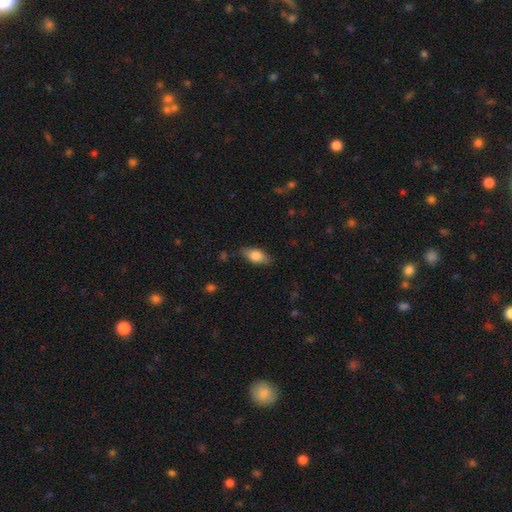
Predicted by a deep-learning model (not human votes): smooth-or-featured: smooth: 78% | featured or disk: 15% | star or artifact: 7%
  how-rounded: in between: 86% | cigar-shaped: 11% | round: 4%
  merging: none: 79% | minor disturbance: 16% | major disturbance: 4% | merger: 1%